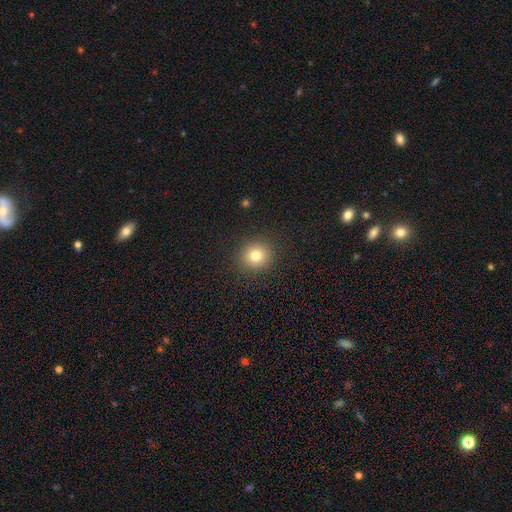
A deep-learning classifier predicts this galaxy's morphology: The model was most divided on "smooth or featured": smooth: 80%, star or artifact: 13%, featured or disk: 8%. More confident: merging — none (90%); how rounded — round (88%).